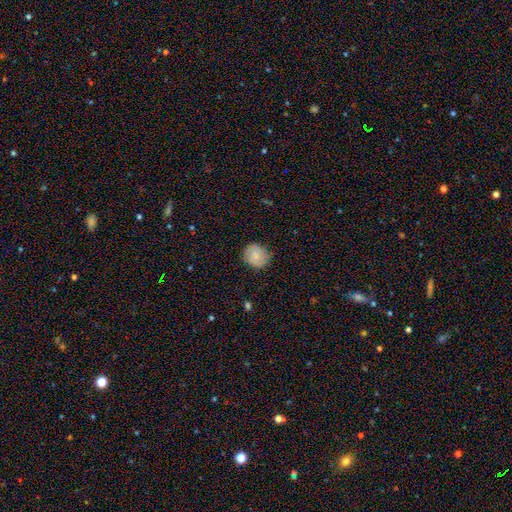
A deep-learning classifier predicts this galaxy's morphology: smooth-or-featured: smooth: 68% | featured or disk: 23% | star or artifact: 8%
  how-rounded: round: 80% | in between: 19% | cigar-shaped: 1%
  merging: none: 81% | minor disturbance: 15% | major disturbance: 3% | merger: 1%